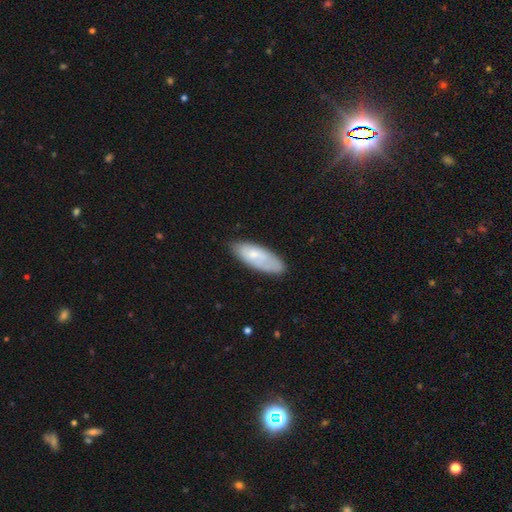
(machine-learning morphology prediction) Q: Smooth or featured?
A: smooth (66%); runner-up: featured or disk (28%)
Q: How rounded?
A: in between (69%); runner-up: cigar-shaped (29%)
Q: Merging?
A: none (71%); runner-up: minor disturbance (22%)